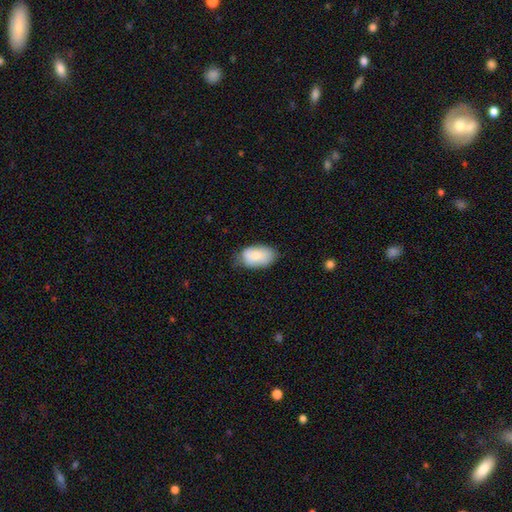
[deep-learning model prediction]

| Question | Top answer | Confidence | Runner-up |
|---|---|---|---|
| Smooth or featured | smooth | 79% | featured or disk (15%) |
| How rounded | in between | 92% | round (6%) |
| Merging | none | 63% | minor disturbance (30%) |